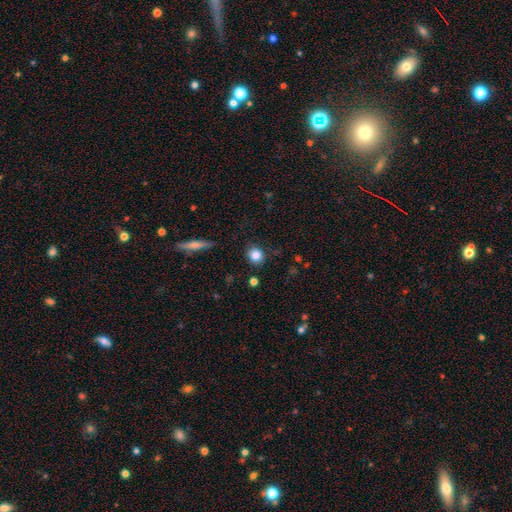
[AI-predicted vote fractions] smooth-or-featured: smooth: 83% | star or artifact: 10% | featured or disk: 7%
  how-rounded: round: 77% | in between: 21% | cigar-shaped: 2%
  merging: none: 86% | minor disturbance: 10% | major disturbance: 3% | merger: 2%